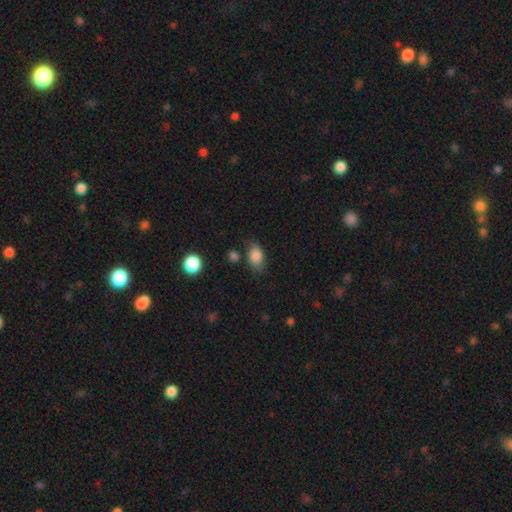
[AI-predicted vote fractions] Smooth or featured?
  - smooth: 85% *
  - star or artifact: 9%
  - featured or disk: 7%
How rounded?
  - in between: 80% *
  - round: 19%
  - cigar-shaped: 2%
Merging?
  - none: 66% *
  - minor disturbance: 23%
  - major disturbance: 7%
  - merger: 4%